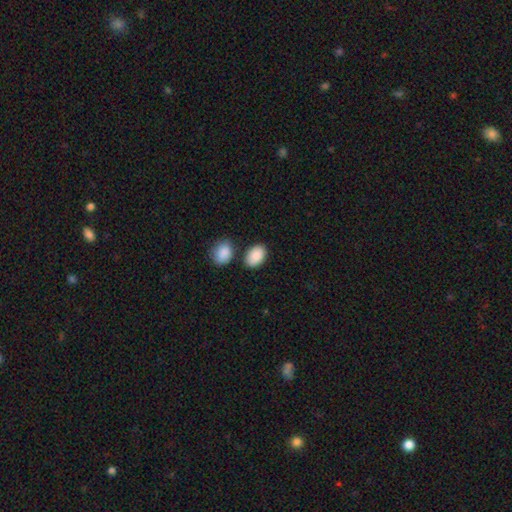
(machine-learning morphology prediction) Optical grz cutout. It shows a smooth galaxy with no disk features (90%) that is in between round and cigar-shaped (90%). Merging: none (73%).